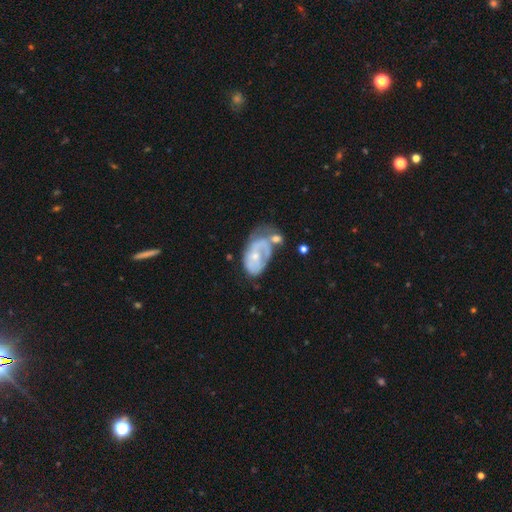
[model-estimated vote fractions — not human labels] smooth-or-featured: featured or disk: 64% | smooth: 29% | star or artifact: 7%
  disk-edge-on: no: 96% | yes: 4%
    bar: no: 76% | weak: 20% | strong: 4%
    has-spiral-arms: yes: 61% | no: 39%
    bulge-size: small: 54% | moderate: 39% | none: 4% | large: 2% | dominant: 1%
  merging: major disturbance: 30% | merger: 24% | minor disturbance: 23% | none: 23%